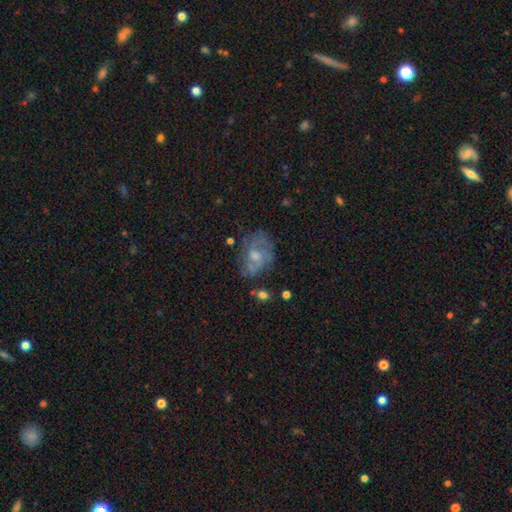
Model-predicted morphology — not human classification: Smooth or featured: featured or disk — 58% (smooth — 29%)
Edge-on disk: no — 96% (yes — 4%)
Bar: no — 67% (weak — 28%)
Spiral arms: yes — 67% (no — 33%)
Bulge size: moderate — 50% (small — 35%)
Merging: none — 61% (minor disturbance — 22%)